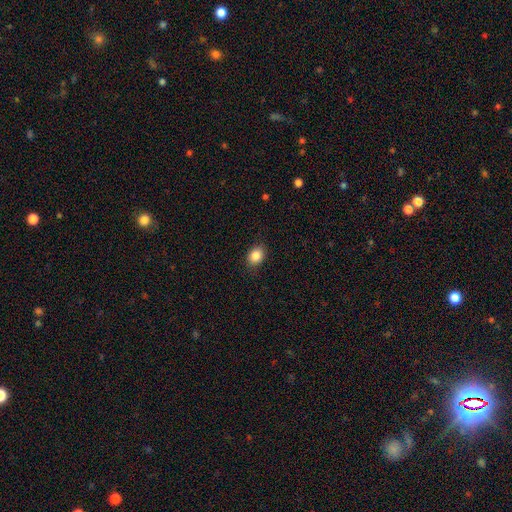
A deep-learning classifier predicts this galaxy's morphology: Smooth or featured?
  - smooth: 87% *
  - star or artifact: 9%
  - featured or disk: 5%
How rounded?
  - in between: 58% *
  - round: 41%
  - cigar-shaped: 1%
Merging?
  - none: 86% *
  - minor disturbance: 11%
  - major disturbance: 3%
  - merger: 1%